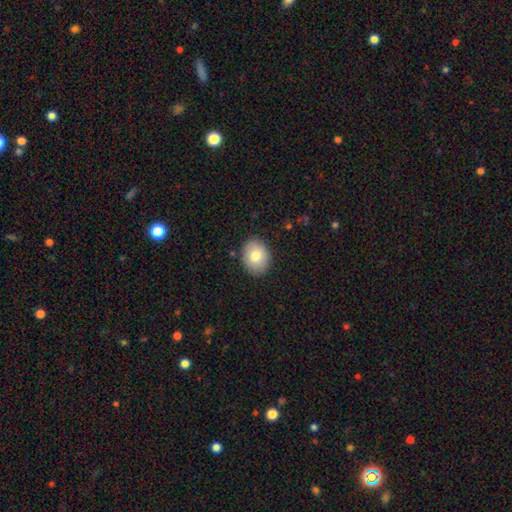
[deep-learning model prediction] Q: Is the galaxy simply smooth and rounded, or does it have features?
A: smooth — 79%.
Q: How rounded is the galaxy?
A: in between — 57%.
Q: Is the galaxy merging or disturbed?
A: none — 87%.